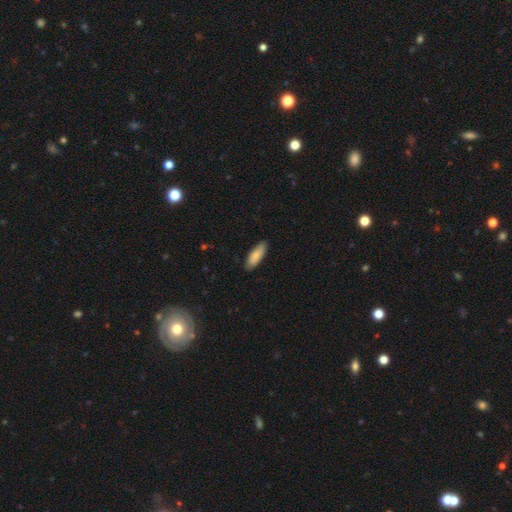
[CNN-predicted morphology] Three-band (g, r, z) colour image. It shows a smooth galaxy with no disk features (84%) that is in between round and cigar-shaped (64%). Merging: none (85%).